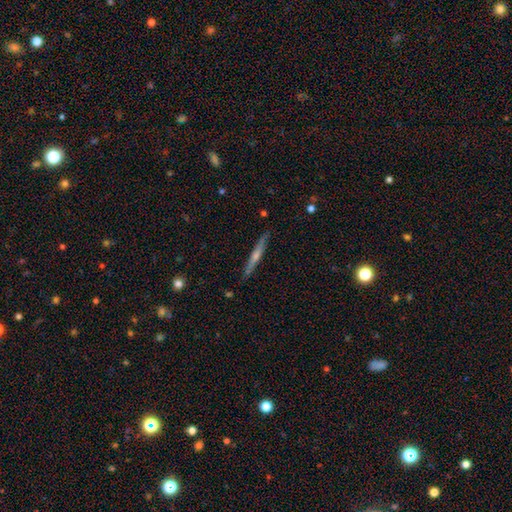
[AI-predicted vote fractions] featured or disk 65%, smooth 29%, star or artifact 6%. Down the decision tree: edge-on disk — yes (97%); edge-on bulge — rounded (59%); merging — none (89%).